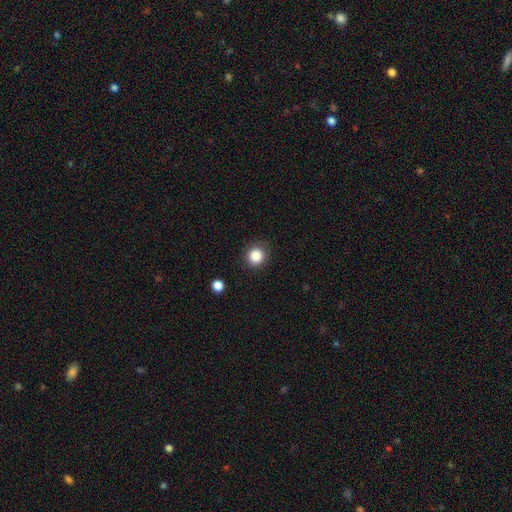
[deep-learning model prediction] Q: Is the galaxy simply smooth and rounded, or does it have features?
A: smooth — 85%.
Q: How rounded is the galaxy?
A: round — 90%.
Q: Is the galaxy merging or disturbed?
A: none — 87%.